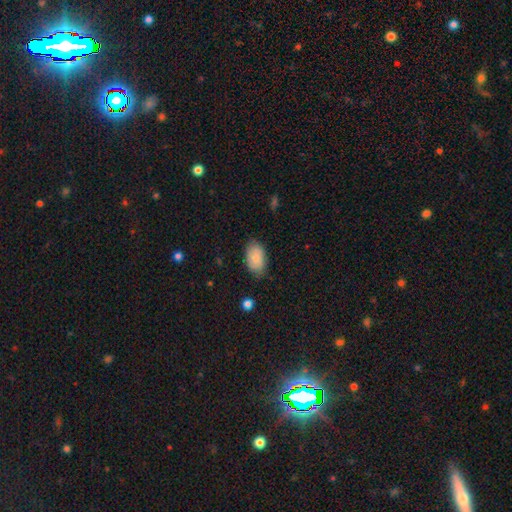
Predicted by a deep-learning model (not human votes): Morphology: type=smooth (87%); roundness=in between (93%); merging=none (79%).